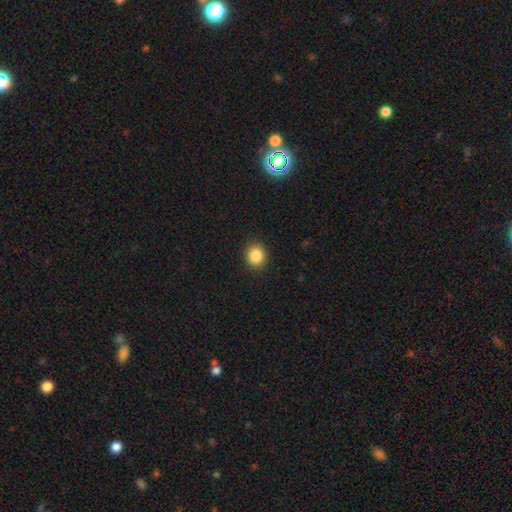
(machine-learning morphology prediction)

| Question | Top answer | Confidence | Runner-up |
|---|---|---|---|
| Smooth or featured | smooth | 86% | star or artifact (9%) |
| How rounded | round | 76% | in between (23%) |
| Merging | none | 91% | minor disturbance (6%) |